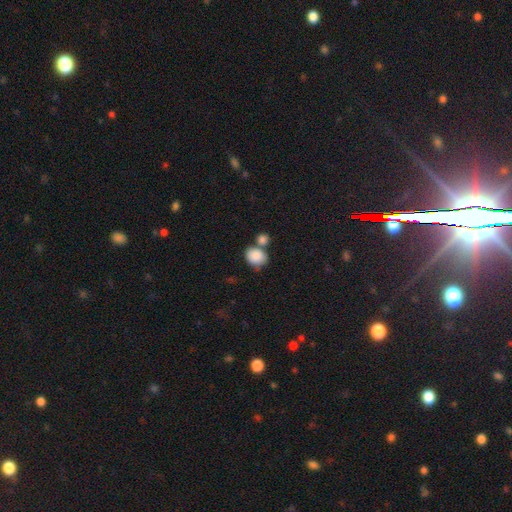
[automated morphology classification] This is clearly a smooth galaxy (86%). How rounded: possibly round (58%). Merging: marginally none (45%).